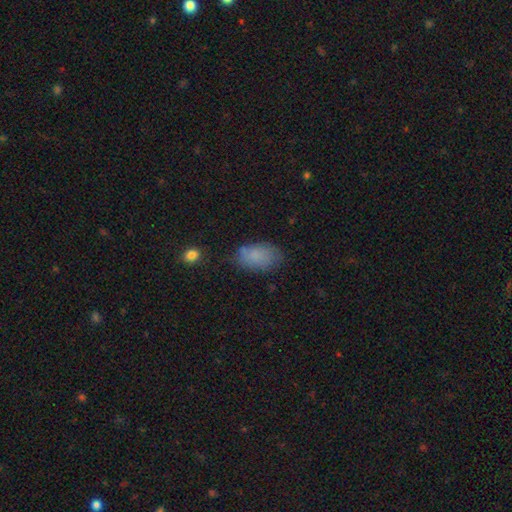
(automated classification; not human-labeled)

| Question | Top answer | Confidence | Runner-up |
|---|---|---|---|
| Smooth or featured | smooth | 83% | star or artifact (9%) |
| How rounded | in between | 91% | round (7%) |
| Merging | none | 69% | minor disturbance (22%) |